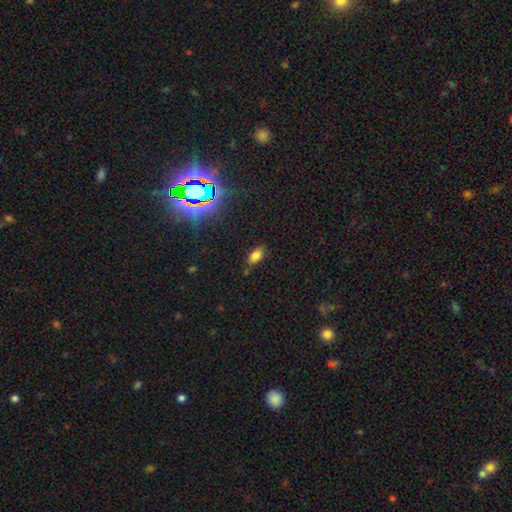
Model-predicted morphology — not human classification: smooth-or-featured: smooth: 78% | star or artifact: 14% | featured or disk: 8%
  how-rounded: in between: 89% | round: 6% | cigar-shaped: 4%
  merging: none: 79% | minor disturbance: 15% | major disturbance: 3% | merger: 3%